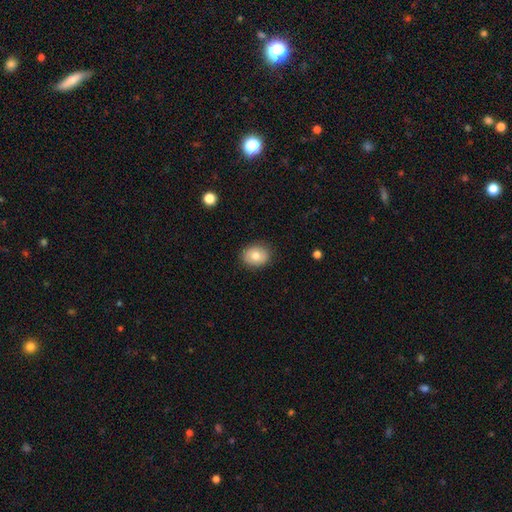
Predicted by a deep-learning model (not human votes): Smooth or featured? Predicted: smooth (p=0.78). How rounded? Predicted: round (p=0.51). Merging? Predicted: none (p=0.87).